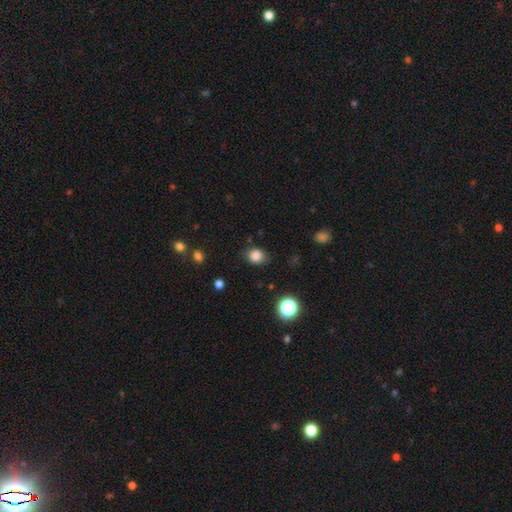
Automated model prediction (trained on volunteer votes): Smooth or featured? Predicted: smooth (p=0.83). How rounded? Predicted: round (p=0.61). Merging? Predicted: none (p=0.77).